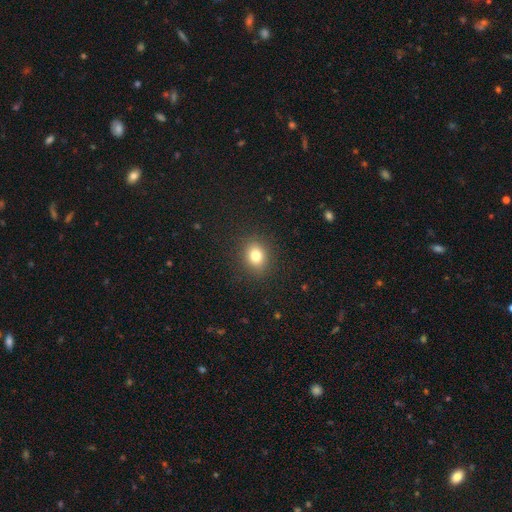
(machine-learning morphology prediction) smooth 80%, star or artifact 12%, featured or disk 7%. Down the decision tree: how rounded — round (55%); merging — none (89%).